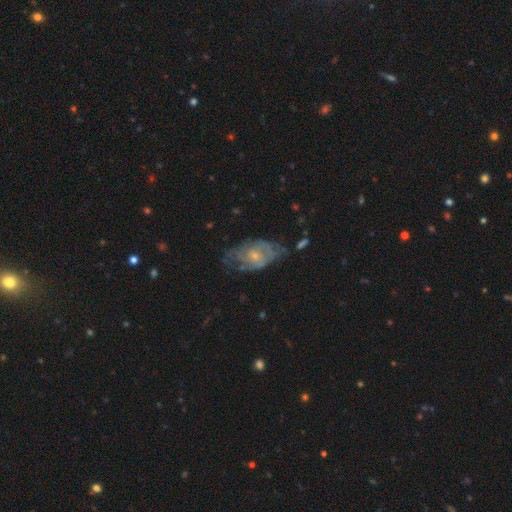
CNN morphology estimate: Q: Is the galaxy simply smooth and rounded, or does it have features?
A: featured or disk — 68%.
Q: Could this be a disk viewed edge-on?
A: no — 95%.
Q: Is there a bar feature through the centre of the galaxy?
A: no — 71%.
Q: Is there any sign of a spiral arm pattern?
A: yes — 72%.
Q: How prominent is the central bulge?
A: small — 68%.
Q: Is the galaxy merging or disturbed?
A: none — 45%.